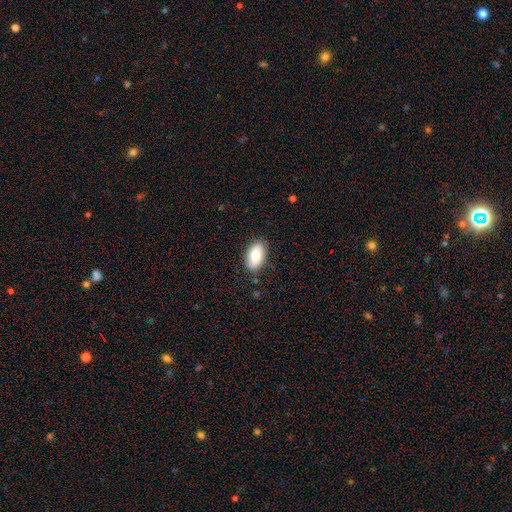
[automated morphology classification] Smooth or featured?
  - smooth: 73% *
  - featured or disk: 20%
  - star or artifact: 7%
How rounded?
  - in between: 93% *
  - round: 5%
  - cigar-shaped: 2%
Merging?
  - none: 83% *
  - minor disturbance: 13%
  - major disturbance: 3%
  - merger: 1%